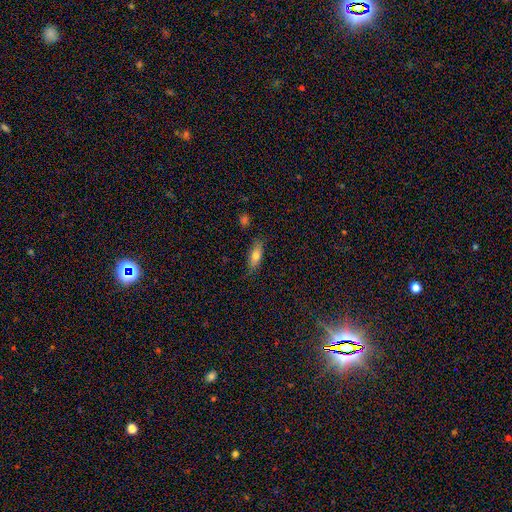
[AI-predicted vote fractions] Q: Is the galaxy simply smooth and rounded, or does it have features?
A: smooth — 73%.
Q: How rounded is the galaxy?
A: in between — 70%.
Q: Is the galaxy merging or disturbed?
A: none — 78%.